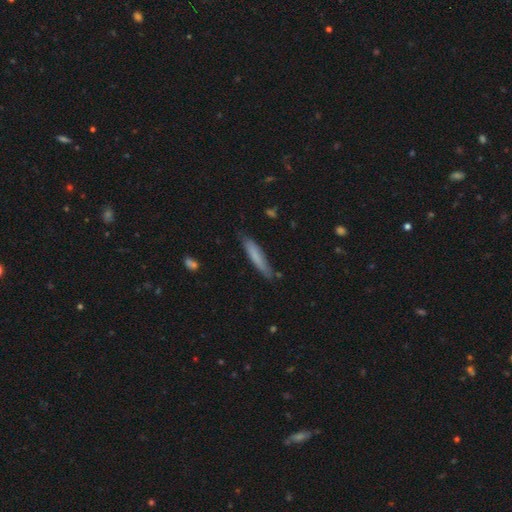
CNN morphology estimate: smooth-or-featured: smooth: 74% | featured or disk: 20% | star or artifact: 6%
  how-rounded: cigar-shaped: 90% | in between: 9% | round: 1%
  merging: none: 78% | minor disturbance: 17% | major disturbance: 3% | merger: 2%